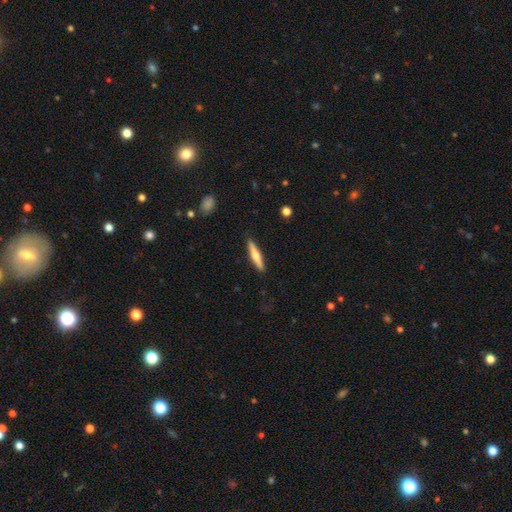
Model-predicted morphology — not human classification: type=featured or disk (48%); merging=none (90%).